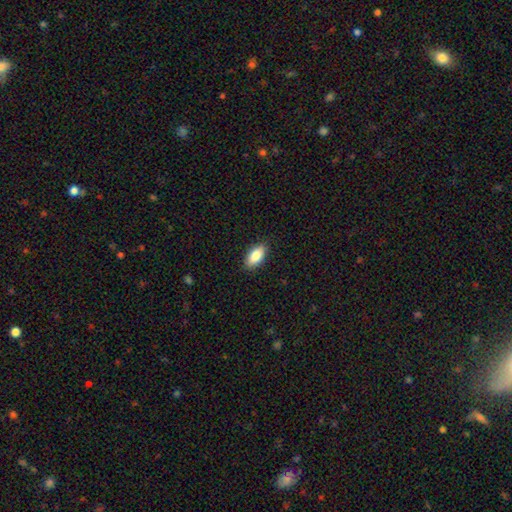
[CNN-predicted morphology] A smooth galaxy with no disk features (84%) that is in between round and cigar-shaped (89%).

Vote fractions:
- Smooth or featured? smooth: 84% / featured or disk: 9% / star or artifact: 7%
- How rounded? in between: 89% / cigar-shaped: 8% / round: 3%
- Merging? none: 88% / minor disturbance: 9% / major disturbance: 2% / merger: 1%